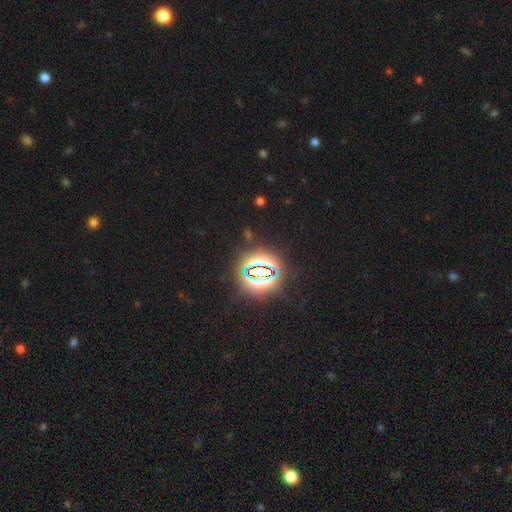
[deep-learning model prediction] Smooth or featured? star or artifact (80%)